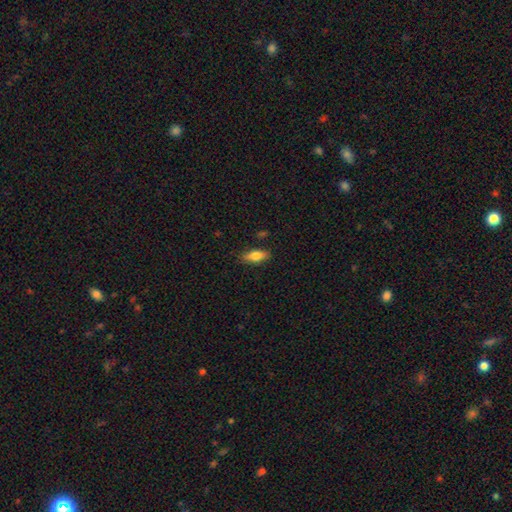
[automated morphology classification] Overall: smooth (75%). How rounded: in between (71%). Merging: none (84%).